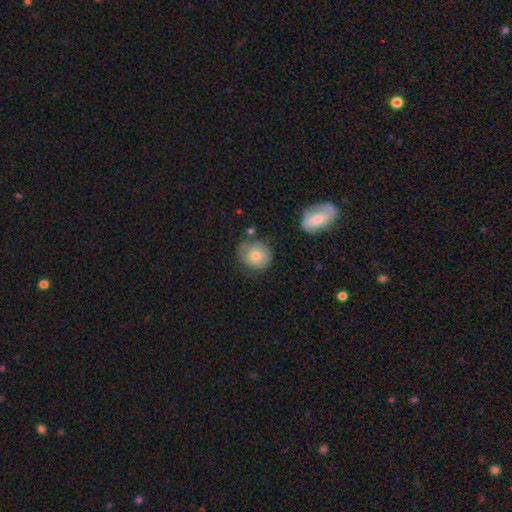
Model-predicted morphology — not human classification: Smooth or featured: smooth — 67% (featured or disk — 26%)
How rounded: round — 85% (in between — 14%)
Merging: none — 66% (minor disturbance — 22%)